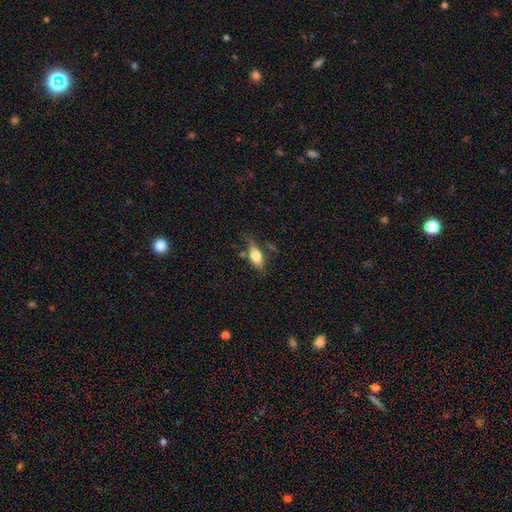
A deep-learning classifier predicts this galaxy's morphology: smooth_or_featured: smooth (p=0.70) [alt: featured or disk p=0.23]
how_rounded: in between (p=0.74) [alt: cigar-shaped p=0.22]
merging: none (p=0.64) [alt: minor disturbance p=0.22]